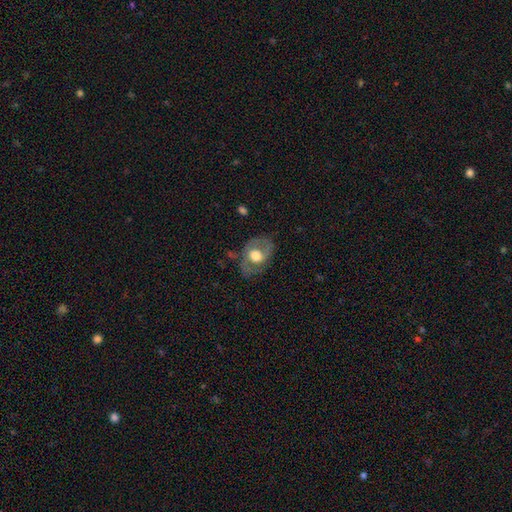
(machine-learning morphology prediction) Overall: featured or disk (53%; smooth 40%). Edge-on disk: no (93%). Merging: none (63%).